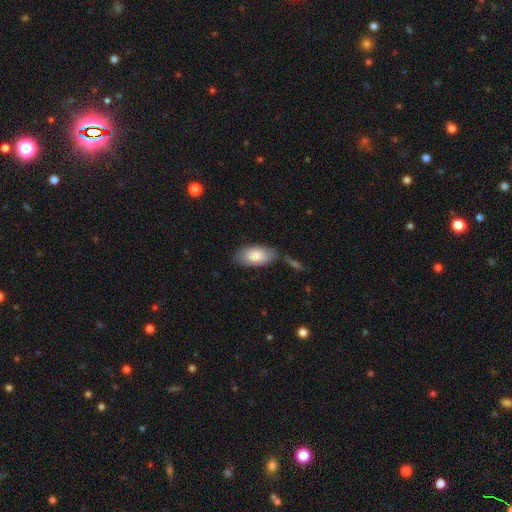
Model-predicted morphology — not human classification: Overall: smooth (83%). How rounded: in between (93%). Merging: none (68%).